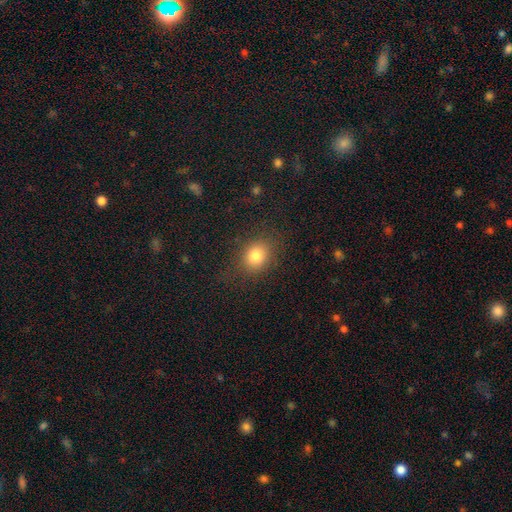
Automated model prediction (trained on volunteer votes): smooth_or_featured: smooth (p=0.80) [alt: star or artifact p=0.12]
how_rounded: round (p=0.59) [alt: in between p=0.40]
merging: none (p=0.81) [alt: minor disturbance p=0.12]